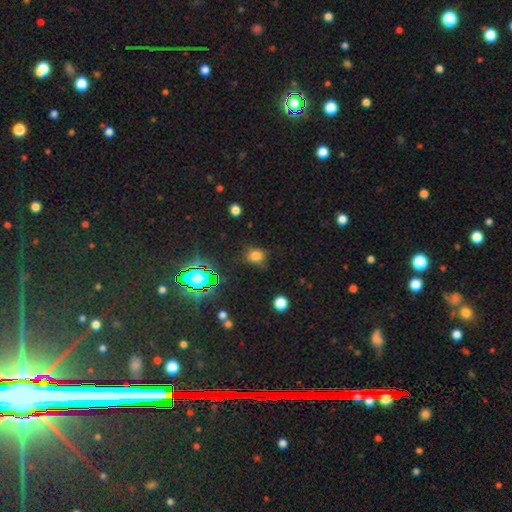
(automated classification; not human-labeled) Smooth or featured?
  - smooth: 74% *
  - star or artifact: 21%
  - featured or disk: 6%
How rounded?
  - round: 71% *
  - in between: 28%
  - cigar-shaped: 1%
Merging?
  - none: 78% *
  - minor disturbance: 16%
  - major disturbance: 5%
  - merger: 2%